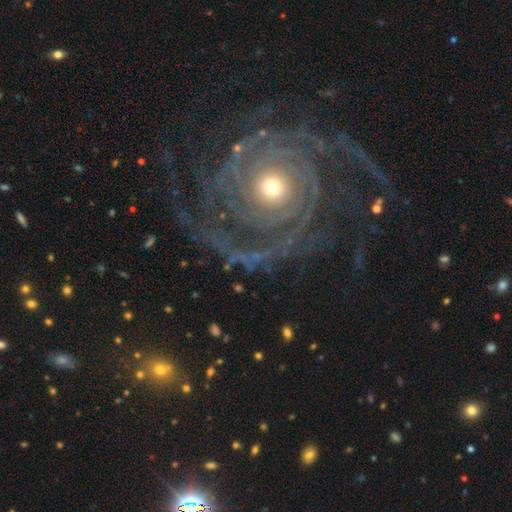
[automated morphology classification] Smooth or featured?
  - featured or disk: 91% *
  - star or artifact: 6%
  - smooth: 3%
Edge-on disk?
  - no: 98% *
  - yes: 2%
Bar?
  - no: 78% *
  - weak: 15%
  - strong: 7%
Spiral arms?
  - yes: 98% *
  - no: 2%
Spiral winding?
  - tight: 63% *
  - medium: 30%
  - loose: 7%
Spiral arm count?
  - 2: 35% *
  - 3: 21%
  - can't tell: 14%
  - 4: 11%
  - more than 4: 9%
  - 1: 9%
Bulge size?
  - moderate: 56% *
  - small: 37%
  - large: 5%
  - dominant: 1%
  - none: 1%
Merging?
  - none: 73% *
  - minor disturbance: 13%
  - major disturbance: 12%
  - merger: 2%